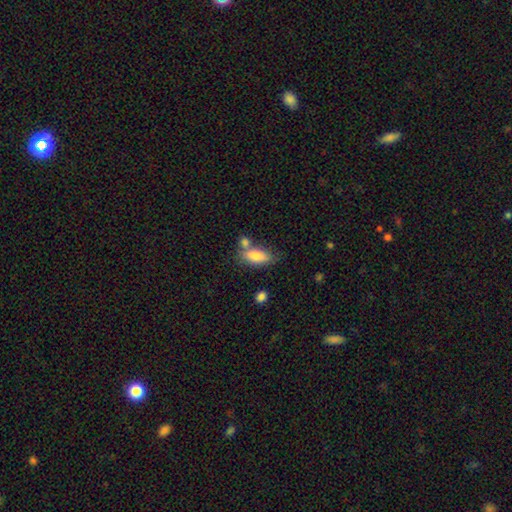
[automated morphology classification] smooth_or_featured: smooth (p=0.81) [alt: featured or disk p=0.12]
how_rounded: in between (p=0.78) [alt: cigar-shaped p=0.19]
merging: none (p=0.52) [alt: merger p=0.26]